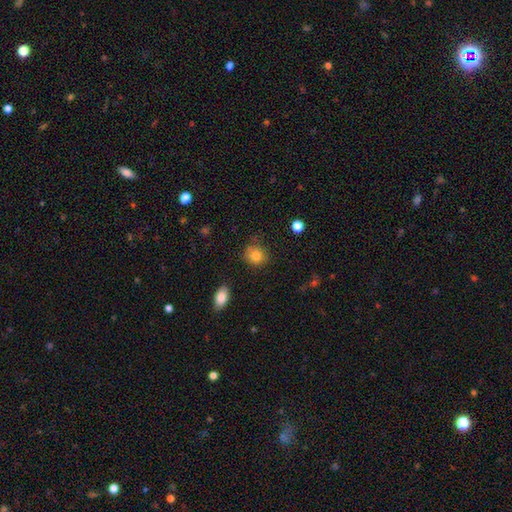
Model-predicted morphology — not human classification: smooth 82%, star or artifact 10%, featured or disk 8%. Down the decision tree: how rounded — round (79%); merging — none (76%).